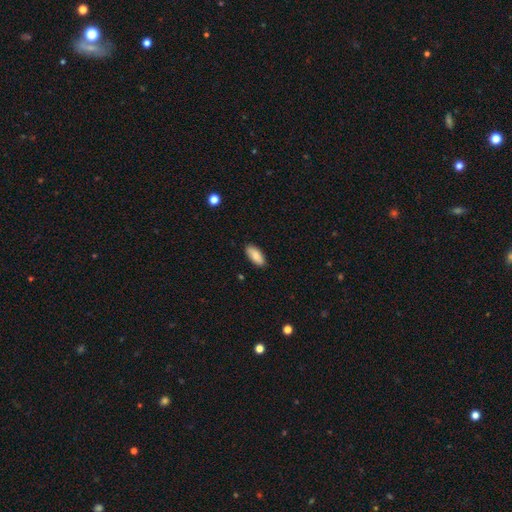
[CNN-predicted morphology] Smooth or featured?
  - smooth: 86% *
  - featured or disk: 7%
  - star or artifact: 6%
How rounded?
  - in between: 86% *
  - cigar-shaped: 12%
  - round: 2%
Merging?
  - none: 87% *
  - minor disturbance: 10%
  - major disturbance: 2%
  - merger: 1%